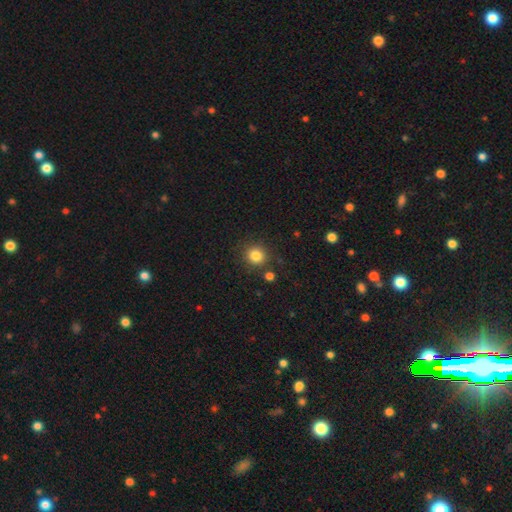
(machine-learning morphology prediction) A smooth galaxy with no disk features (83%) that is round (92%).

Vote fractions:
- Smooth or featured? smooth: 83% / star or artifact: 12% / featured or disk: 5%
- How rounded? round: 92% / in between: 8% / cigar-shaped: 1%
- Merging? none: 85% / minor disturbance: 8% / merger: 5% / major disturbance: 3%